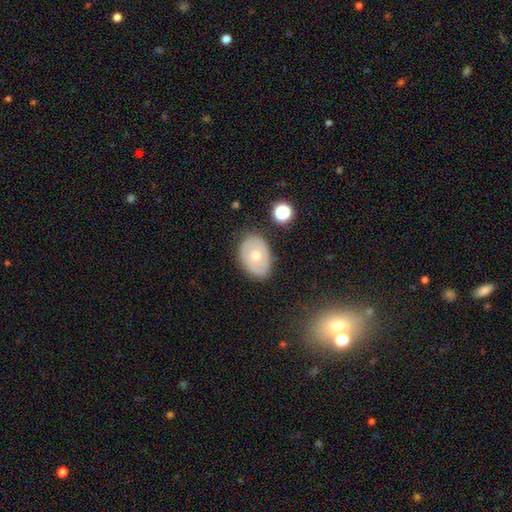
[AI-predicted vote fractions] A featured or disk galaxy (46%). Merging: none (78%).